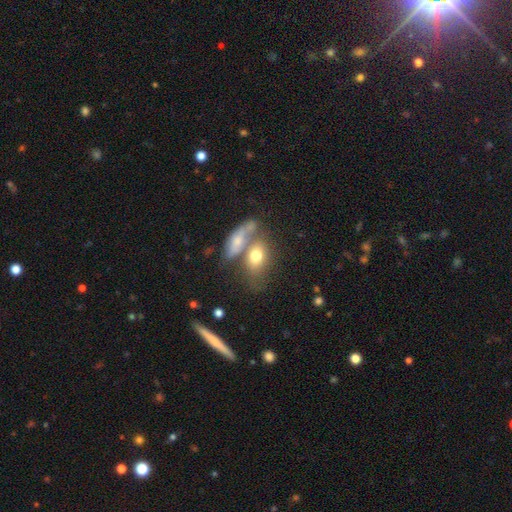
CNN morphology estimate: A smooth galaxy with no disk features (70%) that is in between round and cigar-shaped (79%).

Vote fractions:
- Smooth or featured? smooth: 70% / featured or disk: 22% / star or artifact: 8%
- How rounded? in between: 79% / round: 14% / cigar-shaped: 7%
- Merging? merger: 44% / none: 35% / minor disturbance: 13% / major disturbance: 8%